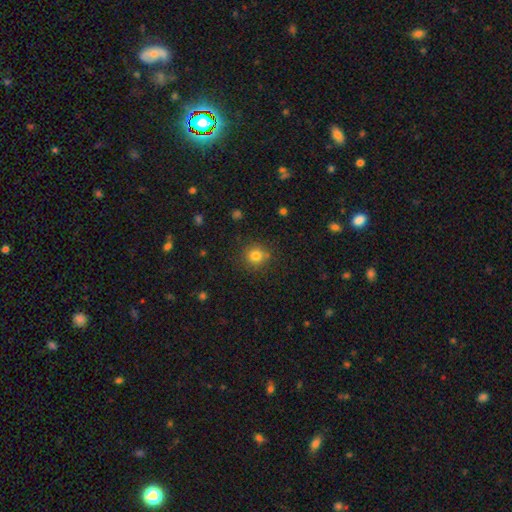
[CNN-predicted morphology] The model was most divided on "smooth or featured": smooth: 80%, star or artifact: 13%, featured or disk: 7%. More confident: how rounded — round (90%); merging — none (84%).